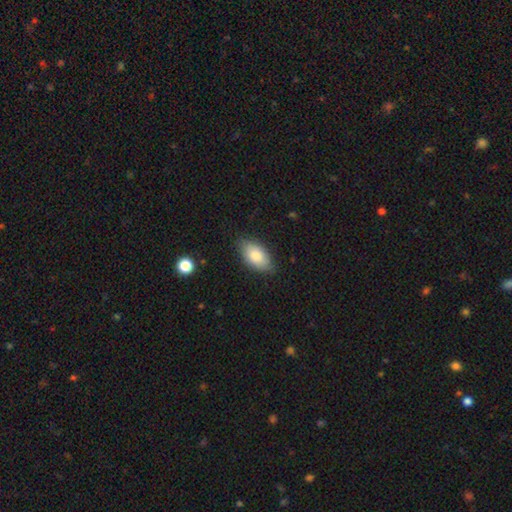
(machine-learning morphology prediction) type=smooth (82%); roundness=in between (94%); merging=none (79%).